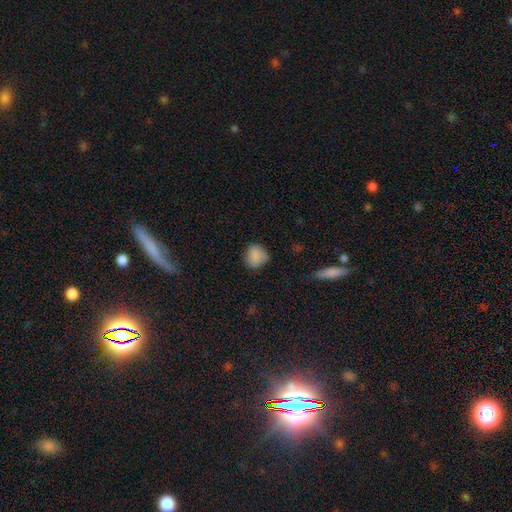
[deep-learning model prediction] A smooth galaxy with no disk features (84%) that is round (75%).

Vote fractions:
- Smooth or featured? smooth: 84% / star or artifact: 9% / featured or disk: 7%
- How rounded? round: 75% / in between: 24% / cigar-shaped: 1%
- Merging? none: 71% / minor disturbance: 22% / major disturbance: 5% / merger: 2%